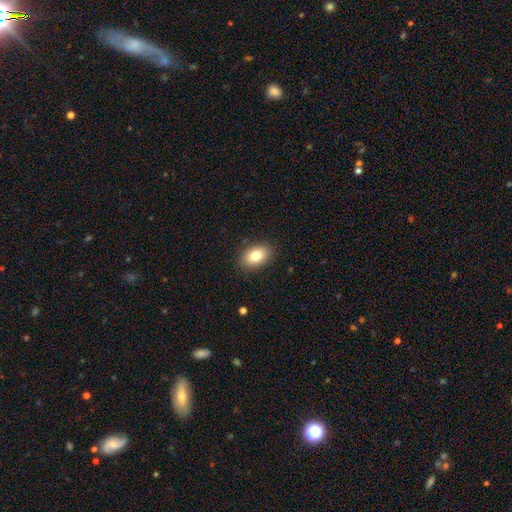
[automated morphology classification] This appears to be a smooth galaxy with no disk features (81%) that is in between round and cigar-shaped (85%). Merging: none (87%).